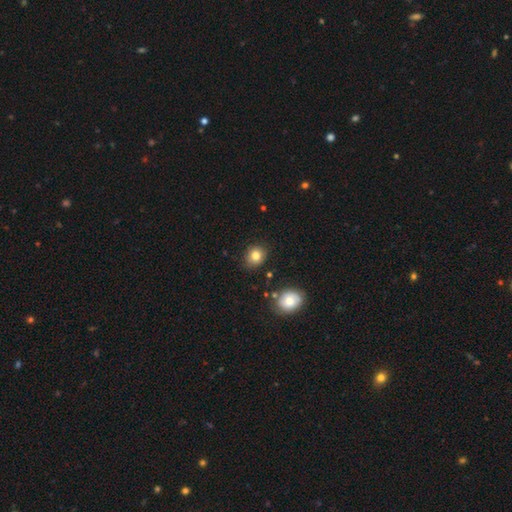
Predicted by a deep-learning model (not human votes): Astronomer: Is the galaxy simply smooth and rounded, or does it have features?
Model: smooth — 82%.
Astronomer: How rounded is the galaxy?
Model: round — 70%.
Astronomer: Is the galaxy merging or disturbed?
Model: none — 82%.